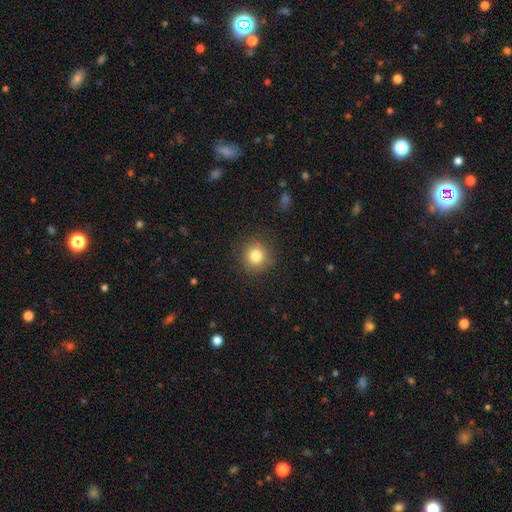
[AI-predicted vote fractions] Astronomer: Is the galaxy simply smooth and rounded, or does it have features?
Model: smooth — 81%.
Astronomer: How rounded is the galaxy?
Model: round — 91%.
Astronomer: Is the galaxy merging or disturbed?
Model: none — 87%.